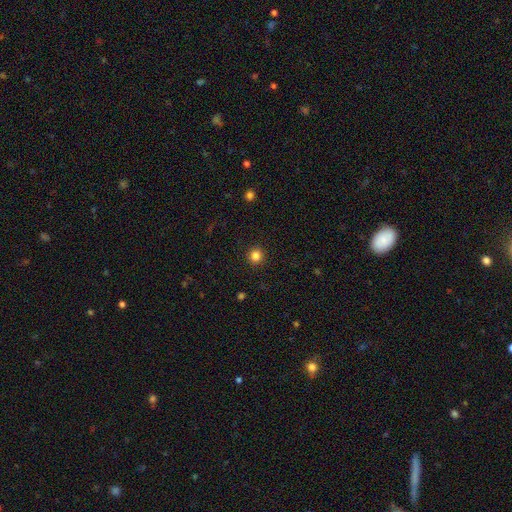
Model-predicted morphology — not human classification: smooth 84%, star or artifact 12%, featured or disk 4%. Down the decision tree: how rounded — round (92%); merging — none (92%).